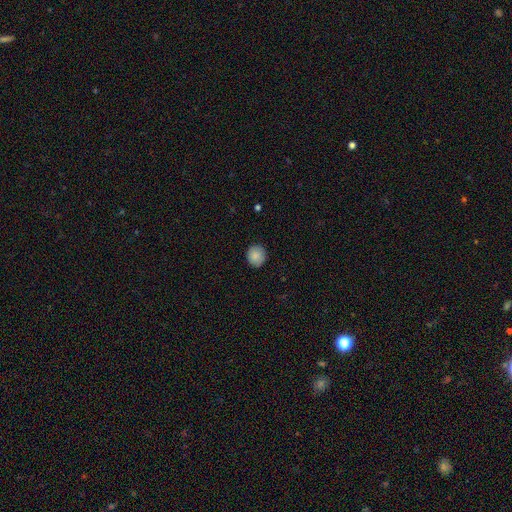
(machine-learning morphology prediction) Smooth or featured? Predicted: smooth (p=0.87). How rounded? Predicted: round (p=0.84). Merging? Predicted: none (p=0.89).